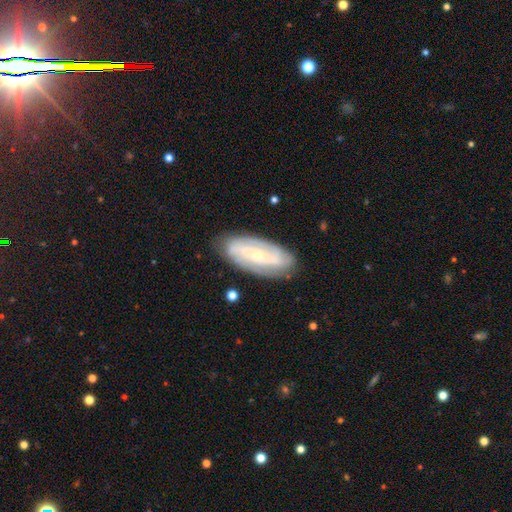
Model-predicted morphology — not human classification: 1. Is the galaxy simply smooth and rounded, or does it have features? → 72% featured or disk, 21% smooth, 7% star or artifact.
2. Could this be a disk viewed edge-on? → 90% no, 10% yes.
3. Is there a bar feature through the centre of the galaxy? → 54% no, 31% weak, 16% strong.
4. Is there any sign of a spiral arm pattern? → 87% yes, 13% no.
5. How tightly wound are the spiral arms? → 51% tight, 33% medium, 16% loose.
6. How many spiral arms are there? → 46% 2, 32% can't tell, 10% 3, 5% 4, 3% 1, 3% more than 4.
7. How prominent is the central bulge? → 75% small, 21% moderate, 2% none, 1% large, 1% dominant.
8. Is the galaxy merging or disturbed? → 82% none, 13% minor disturbance, 3% major disturbance, 1% merger.